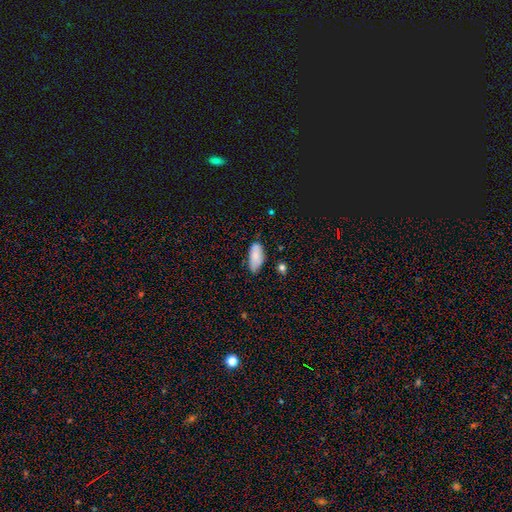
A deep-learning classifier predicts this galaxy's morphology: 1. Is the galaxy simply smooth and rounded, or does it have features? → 80% smooth, 13% featured or disk, 7% star or artifact.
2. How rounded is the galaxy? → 90% in between, 8% cigar-shaped, 2% round.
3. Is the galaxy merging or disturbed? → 64% none, 28% minor disturbance, 5% major disturbance, 3% merger.